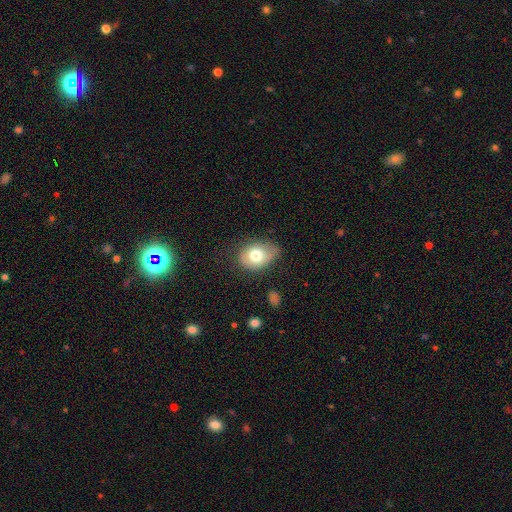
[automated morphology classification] Smooth or featured? smooth (73%)
How rounded? in between (67%)
Merging? none (52%)